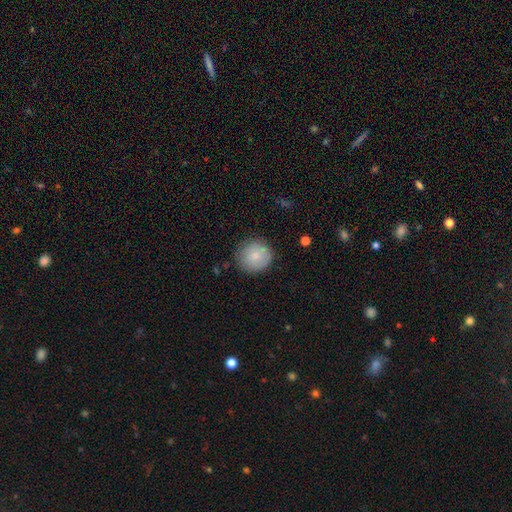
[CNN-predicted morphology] smooth_or_featured: smooth (p=0.83) [alt: featured or disk p=0.10]
how_rounded: round (p=0.91) [alt: in between p=0.09]
merging: none (p=0.83) [alt: minor disturbance p=0.12]